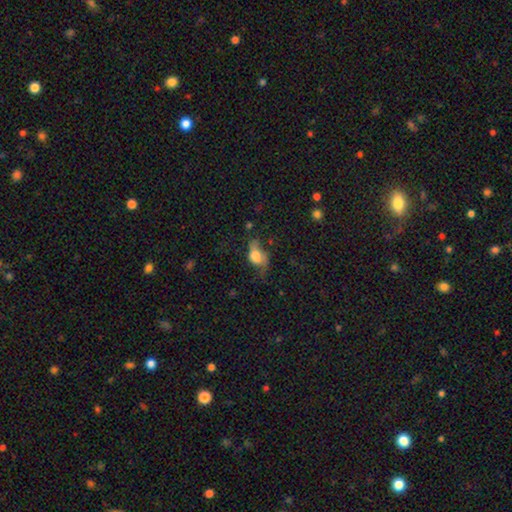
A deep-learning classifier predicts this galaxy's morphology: smooth 62%, featured or disk 28%, star or artifact 11%. Down the decision tree: how rounded — in between (77%); merging — major disturbance (39%).